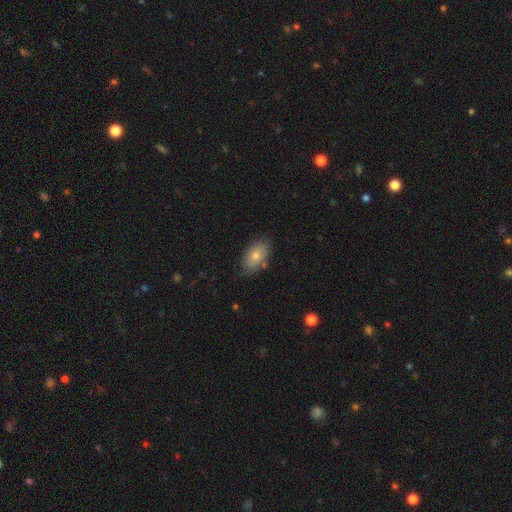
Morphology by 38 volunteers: This appears to be a smooth galaxy with no disk features (74%) that is in between round and cigar-shaped (89%). Merging: none (71%).